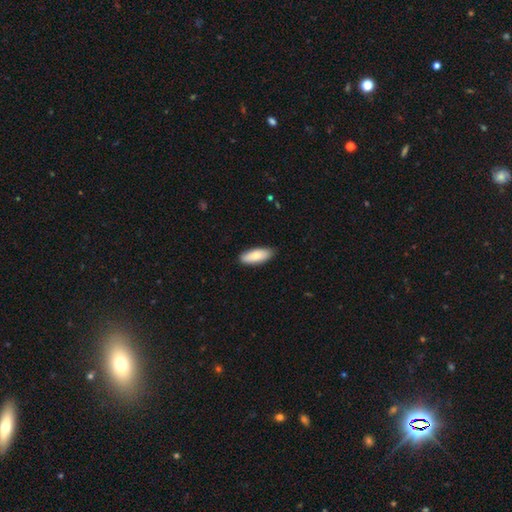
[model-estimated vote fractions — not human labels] This appears to be a smooth galaxy with no disk features (79%) that is in between round and cigar-shaped (77%). Merging: none (86%).